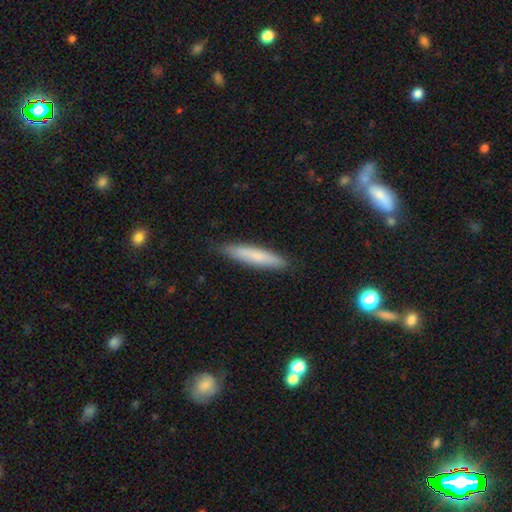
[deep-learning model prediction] smooth-or-featured: smooth: 74% | featured or disk: 19% | star or artifact: 6%
  how-rounded: cigar-shaped: 89% | in between: 10% | round: 1%
  merging: none: 87% | minor disturbance: 10% | major disturbance: 2% | merger: 1%